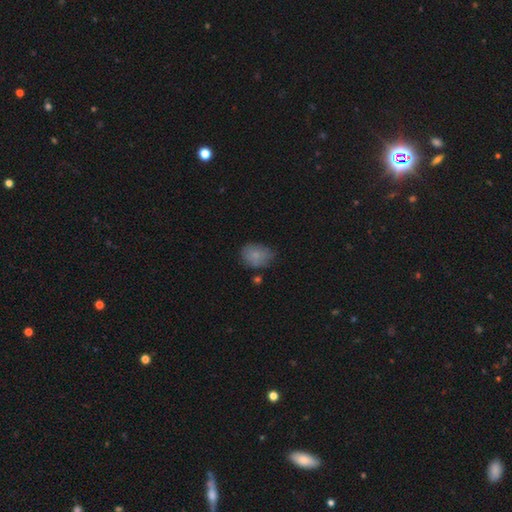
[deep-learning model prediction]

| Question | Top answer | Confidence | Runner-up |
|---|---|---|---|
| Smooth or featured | smooth | 80% | featured or disk (11%) |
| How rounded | in between | 65% | round (34%) |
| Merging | none | 55% | minor disturbance (32%) |